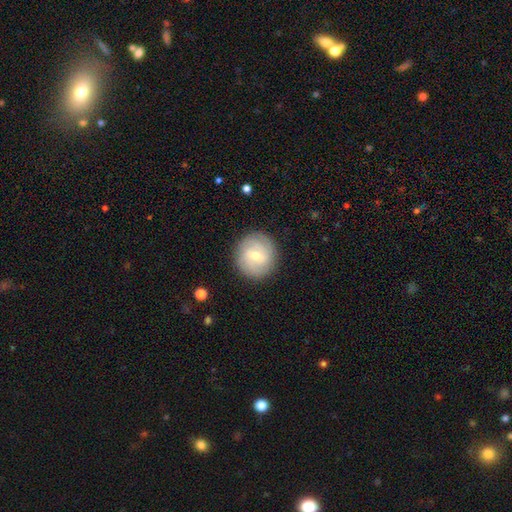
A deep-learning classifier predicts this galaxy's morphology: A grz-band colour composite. It shows a featured or disk galaxy (53%) with a weak bar (57%), spiral arms (75%) and a moderate central bulge (50%). Merging: none (86%).